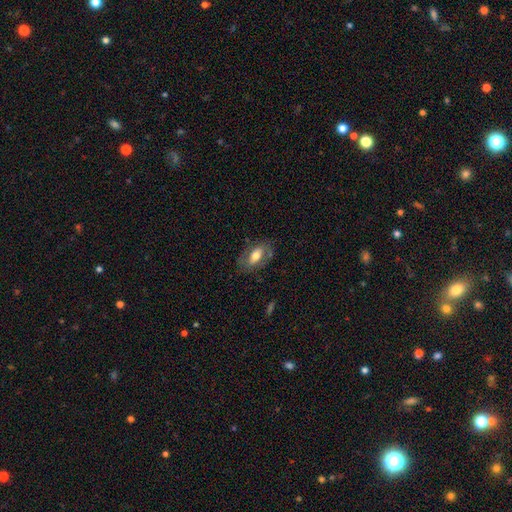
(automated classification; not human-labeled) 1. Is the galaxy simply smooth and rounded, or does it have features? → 49% smooth, 45% featured or disk, 6% star or artifact.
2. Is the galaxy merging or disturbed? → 72% none, 18% minor disturbance, 9% major disturbance, 2% merger.